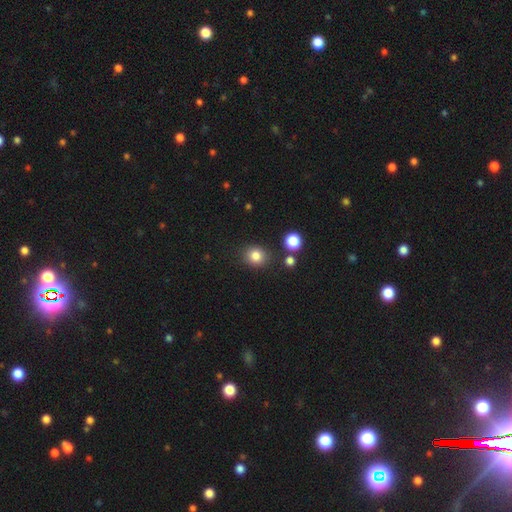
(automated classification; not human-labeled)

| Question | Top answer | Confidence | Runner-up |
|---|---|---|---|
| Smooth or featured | smooth | 82% | star or artifact (12%) |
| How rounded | round | 79% | in between (21%) |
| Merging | none | 84% | minor disturbance (9%) |